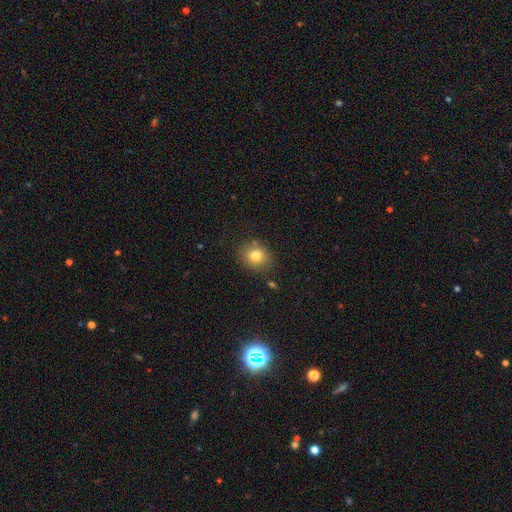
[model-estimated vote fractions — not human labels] This appears to be a smooth galaxy with no disk features (79%) that is round (73%). Merging: none (83%).